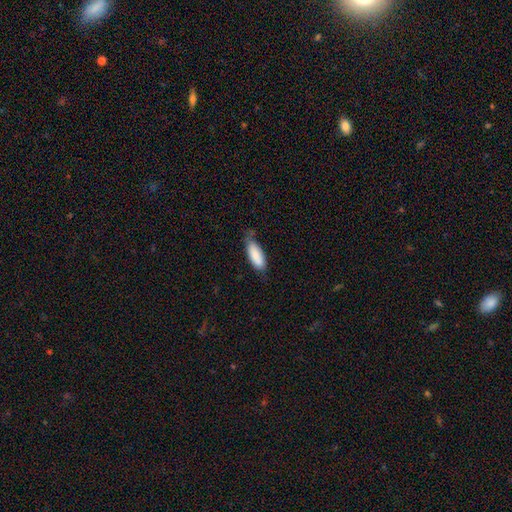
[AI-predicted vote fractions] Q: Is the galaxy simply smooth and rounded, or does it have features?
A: smooth — 87%.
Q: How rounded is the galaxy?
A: in between — 71%.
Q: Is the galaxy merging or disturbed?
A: none — 56%.